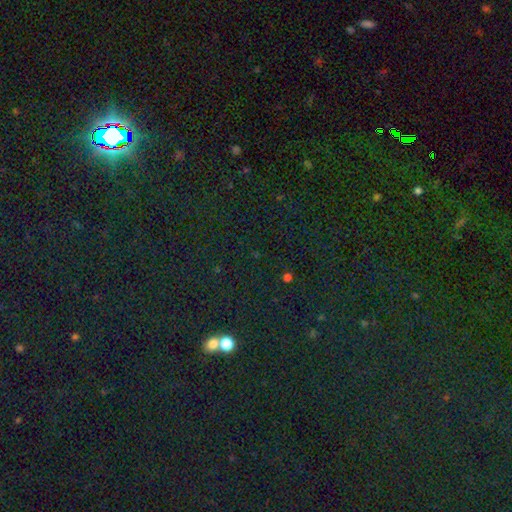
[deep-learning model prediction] The model was most divided on "smooth or featured": star or artifact: 74%, smooth: 18%, featured or disk: 8%.